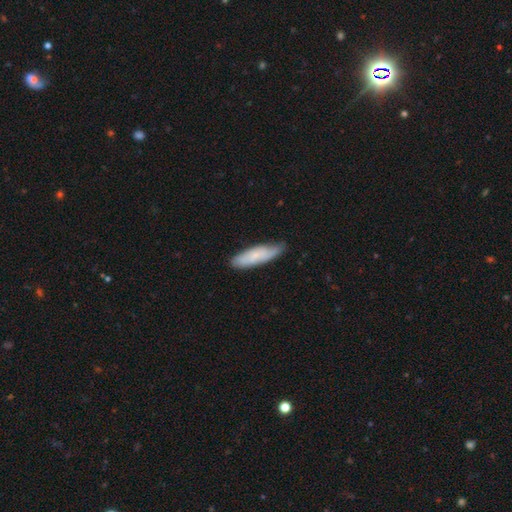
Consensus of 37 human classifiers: smooth-or-featured: smooth: 81% | featured or disk: 19% | star or artifact: 0%
  how-rounded: cigar-shaped: 70% | in between: 30% | round: 0%
  merging: none: 70% | minor disturbance: 22% | major disturbance: 8% | merger: 0%